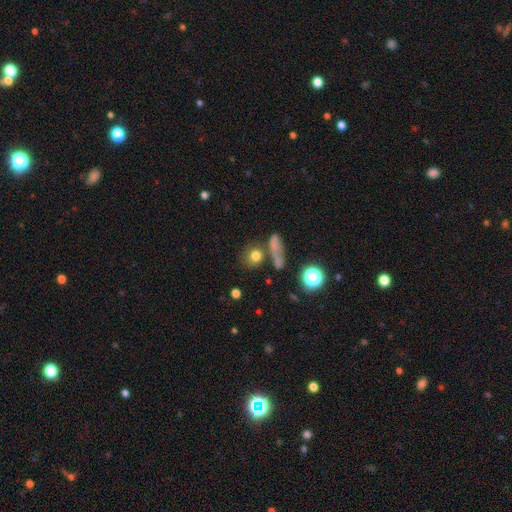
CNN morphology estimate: Smooth or featured? Predicted: smooth (p=0.75). How rounded? Predicted: round (p=0.75). Merging? Predicted: none (p=0.63).